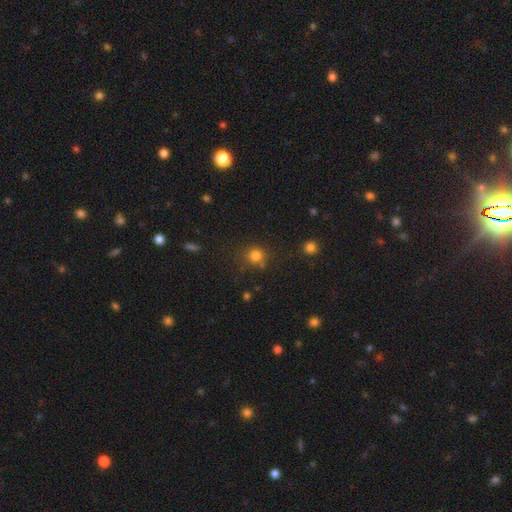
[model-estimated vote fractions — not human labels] A smooth galaxy with no disk features (79%) that is round (87%).

Vote fractions:
- Smooth or featured? smooth: 79% / star or artifact: 15% / featured or disk: 6%
- How rounded? round: 87% / in between: 12% / cigar-shaped: 1%
- Merging? none: 74% / minor disturbance: 12% / merger: 9% / major disturbance: 5%